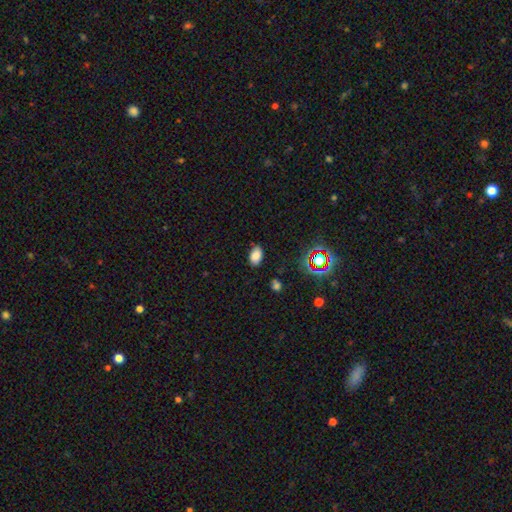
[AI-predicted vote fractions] smooth 81%, star or artifact 14%, featured or disk 5%. Down the decision tree: how rounded — in between (89%); merging — none (82%).